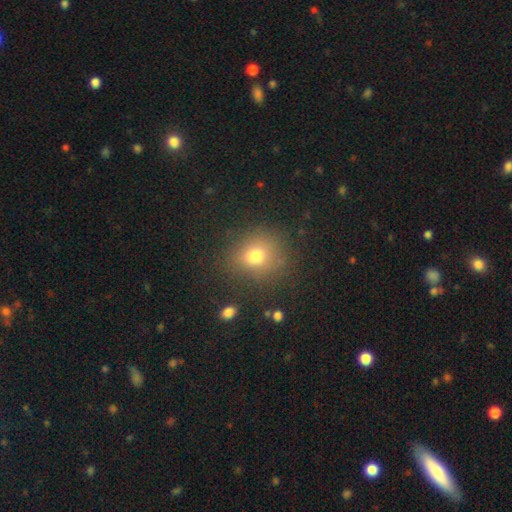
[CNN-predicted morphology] A smooth galaxy with no disk features (76%) that is round (68%). Merging: none (77%).